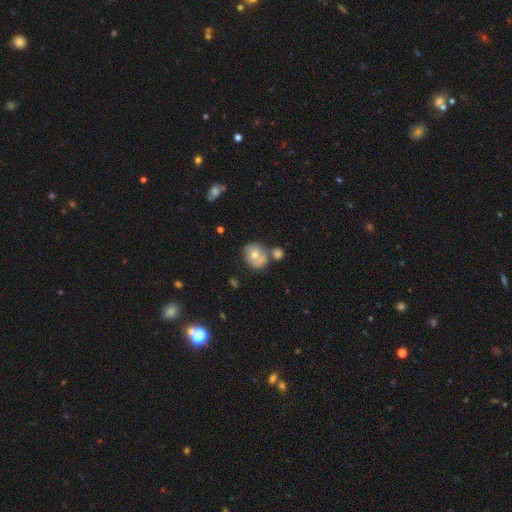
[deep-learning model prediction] Morphology: type=smooth (62%); roundness=round (69%); merging=none (49%).